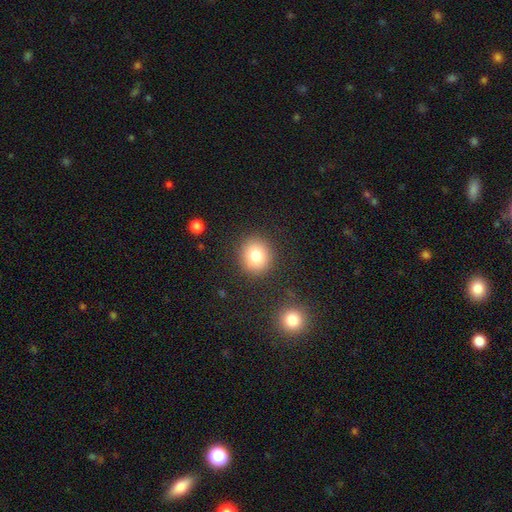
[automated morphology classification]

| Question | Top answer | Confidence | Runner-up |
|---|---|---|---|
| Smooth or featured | smooth | 79% | star or artifact (11%) |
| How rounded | round | 85% | in between (14%) |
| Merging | none | 88% | minor disturbance (7%) |